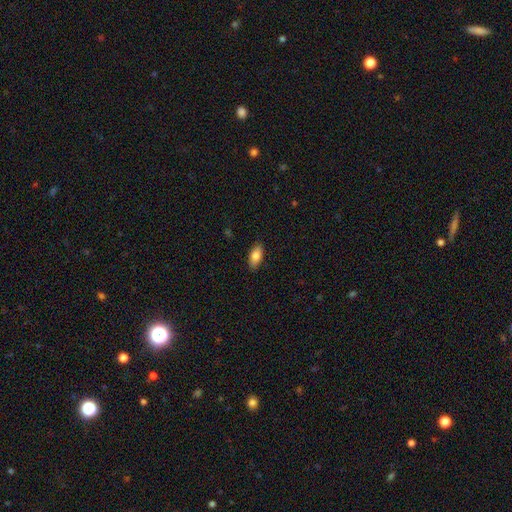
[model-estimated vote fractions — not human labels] Overall: smooth (82%). How rounded: in between (87%). Merging: none (87%).